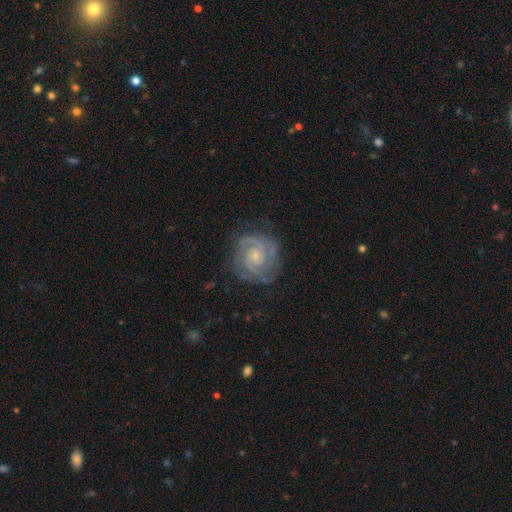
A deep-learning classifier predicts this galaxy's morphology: smooth-or-featured: featured or disk: 89% | smooth: 5% | star or artifact: 5%
  disk-edge-on: no: 98% | yes: 2%
    bar: no: 61% | weak: 31% | strong: 7%
    has-spiral-arms: yes: 98% | no: 2%
      spiral-winding: tight: 74% | medium: 23% | loose: 3%
      spiral-arm-count: 2: 68% | 3: 15% | can't tell: 9% | 4: 3% | 1: 3% | more than 4: 3%
    bulge-size: small: 71% | moderate: 20% | none: 7% | large: 1% | dominant: 1%
  merging: none: 78% | minor disturbance: 15% | major disturbance: 6% | merger: 1%